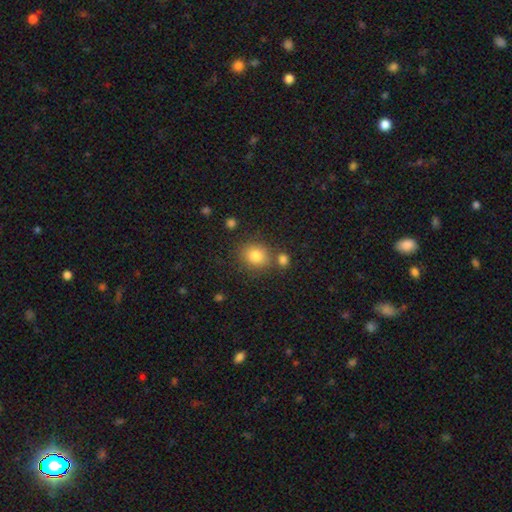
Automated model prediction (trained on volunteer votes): smooth-or-featured: smooth: 82% | star or artifact: 11% | featured or disk: 7%
  how-rounded: round: 71% | in between: 28% | cigar-shaped: 1%
  merging: none: 72% | merger: 14% | minor disturbance: 11% | major disturbance: 4%